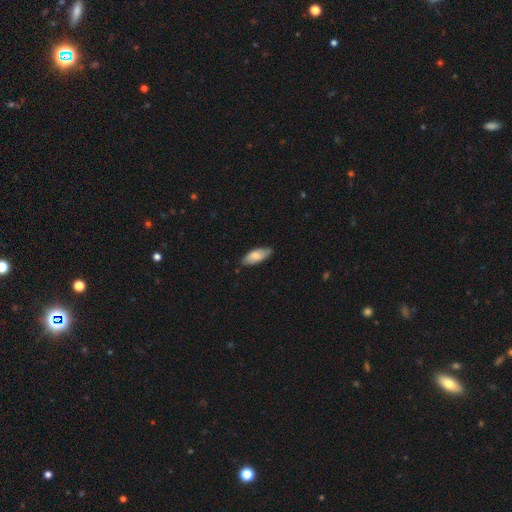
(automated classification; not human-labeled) The model was most divided on "how rounded": in between: 81%, cigar-shaped: 18%, round: 2%. More confident: merging — none (82%); smooth or featured — smooth (79%).